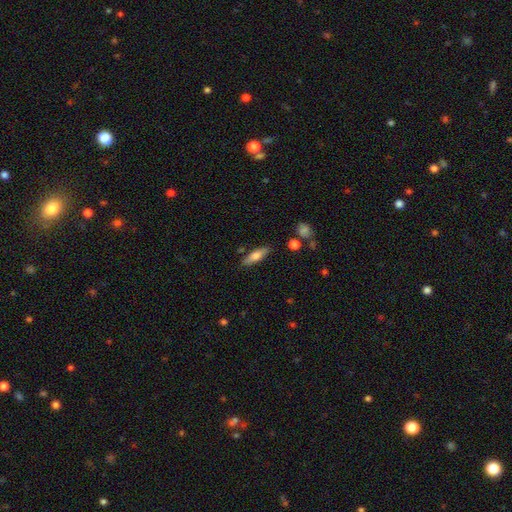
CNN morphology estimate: The model was most divided on "how rounded": cigar-shaped: 52%, in between: 45%, round: 2%. More confident: merging — none (83%); smooth or featured — smooth (68%).